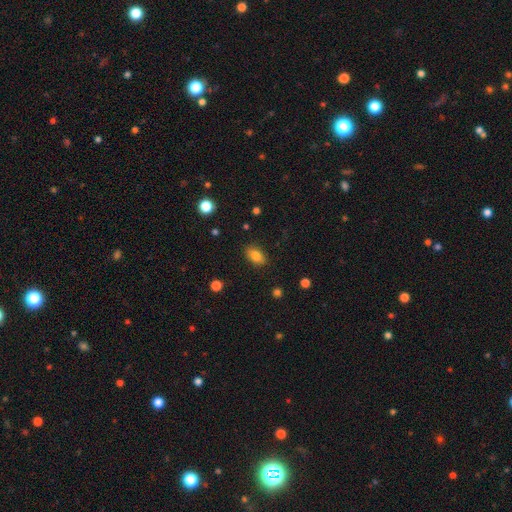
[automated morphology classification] smooth-or-featured: smooth: 83% | star or artifact: 10% | featured or disk: 8%
  how-rounded: in between: 87% | round: 10% | cigar-shaped: 3%
  merging: none: 86% | minor disturbance: 10% | major disturbance: 3% | merger: 1%